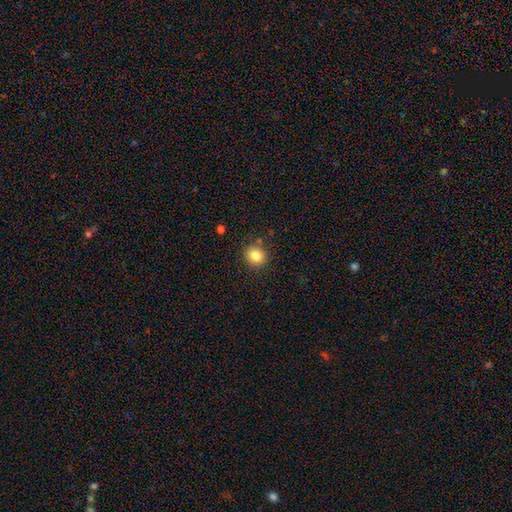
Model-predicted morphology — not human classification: Smooth or featured?
  - smooth: 83% *
  - star or artifact: 11%
  - featured or disk: 6%
How rounded?
  - round: 84% *
  - in between: 15%
  - cigar-shaped: 1%
Merging?
  - none: 86% *
  - minor disturbance: 9%
  - merger: 3%
  - major disturbance: 3%